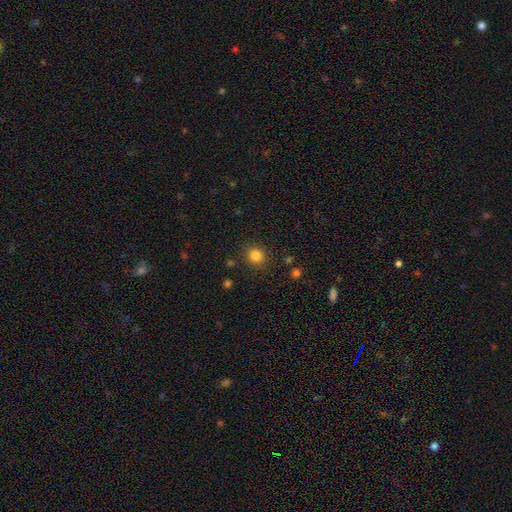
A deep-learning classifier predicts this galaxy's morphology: This is clearly a smooth galaxy (83%). How rounded: clearly round (85%). Merging: clearly none (87%).